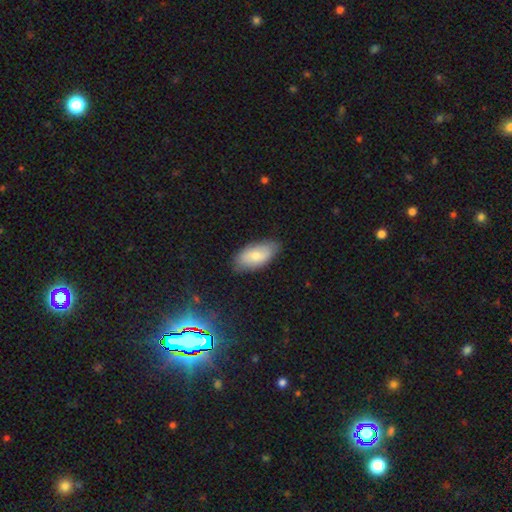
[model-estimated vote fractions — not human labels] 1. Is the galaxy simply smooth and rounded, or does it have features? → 74% smooth, 20% featured or disk, 6% star or artifact.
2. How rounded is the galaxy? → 93% in between, 4% cigar-shaped, 3% round.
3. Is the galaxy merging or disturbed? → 77% none, 19% minor disturbance, 3% major disturbance, 1% merger.